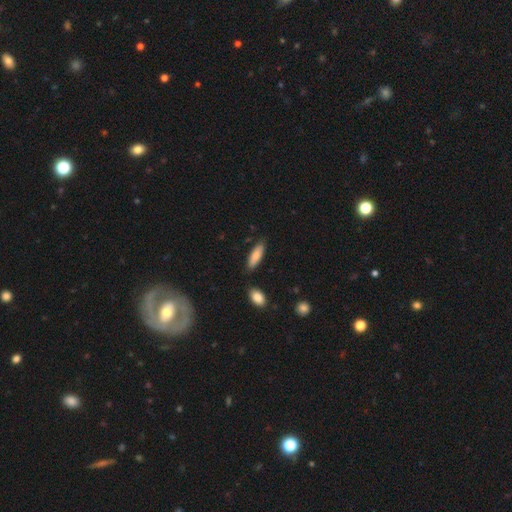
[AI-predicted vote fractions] smooth-or-featured: smooth: 82% | featured or disk: 12% | star or artifact: 6%
  how-rounded: cigar-shaped: 50% | in between: 48% | round: 2%
  merging: none: 82% | minor disturbance: 12% | merger: 4% | major disturbance: 2%